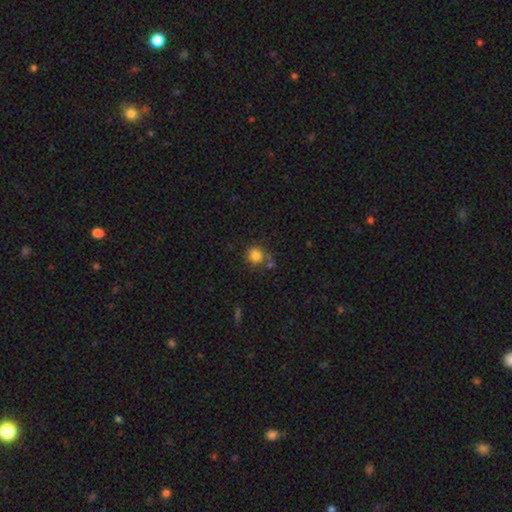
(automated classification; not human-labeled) Overall: smooth (83%). How rounded: round (88%). Merging: none (71%).